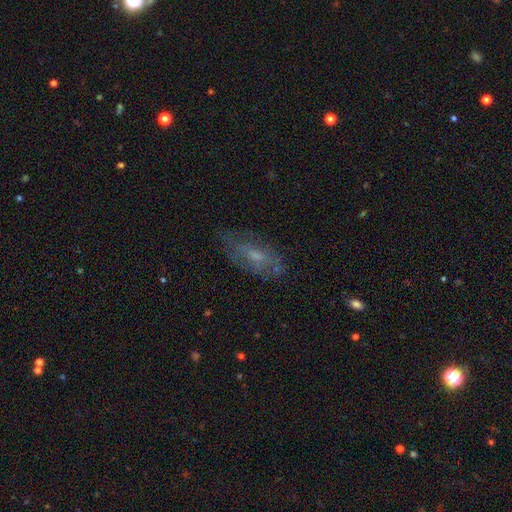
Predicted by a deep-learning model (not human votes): Q: Smooth or featured?
A: featured or disk (49%); runner-up: smooth (39%)
Q: Merging?
A: none (67%); runner-up: minor disturbance (21%)